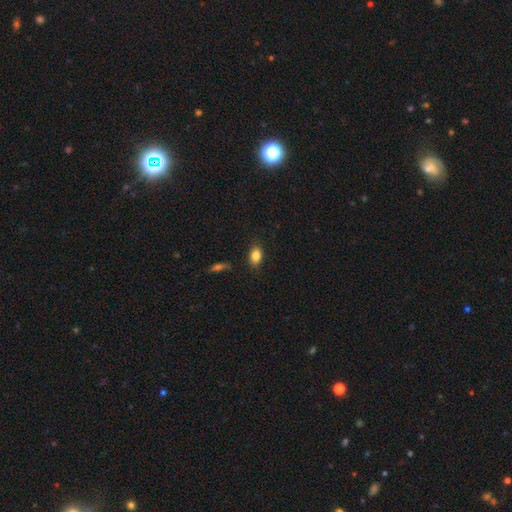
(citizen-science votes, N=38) smooth 87%, star or artifact 11%, featured or disk 3%. Down the decision tree: how rounded — in between (91%); merging — none (91%).